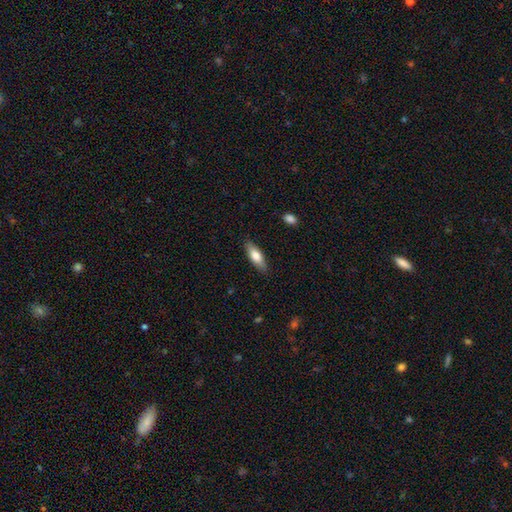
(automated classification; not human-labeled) Overall: smooth (73%). How rounded: in between (58%; cigar-shaped 40%). Merging: none (86%).